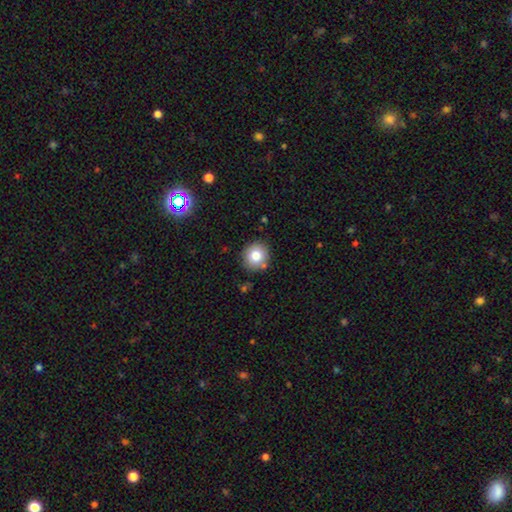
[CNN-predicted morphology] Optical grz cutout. It shows a smooth galaxy with no disk features (79%) that is round (88%). Merging: none (85%).